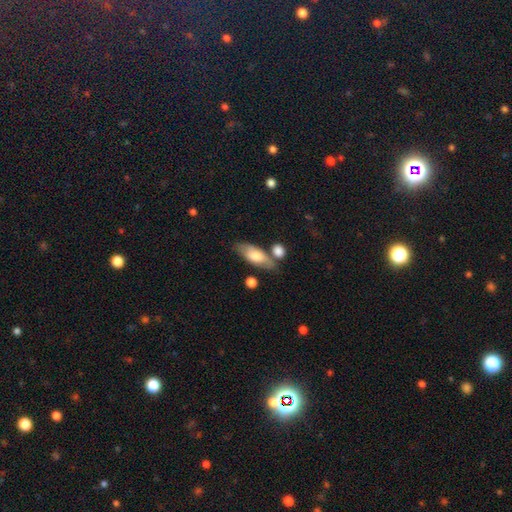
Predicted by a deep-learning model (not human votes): This is likely a smooth galaxy (67%). How rounded: likely in between (75%). Merging: likely none (62%).